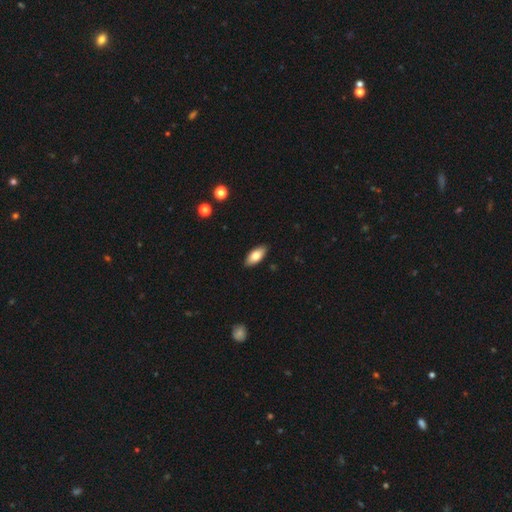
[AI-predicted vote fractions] Smooth or featured: smooth — 79% (featured or disk — 15%)
How rounded: in between — 89% (cigar-shaped — 9%)
Merging: none — 90% (minor disturbance — 8%)